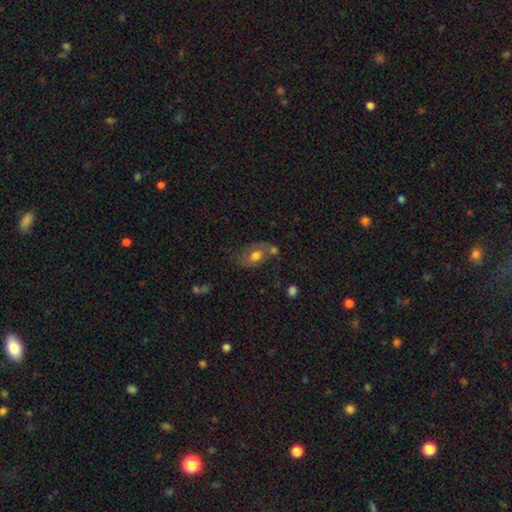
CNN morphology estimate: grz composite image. It shows a smooth galaxy with no disk features (52%) that is in between round and cigar-shaped (81%). Merging: none (43%).